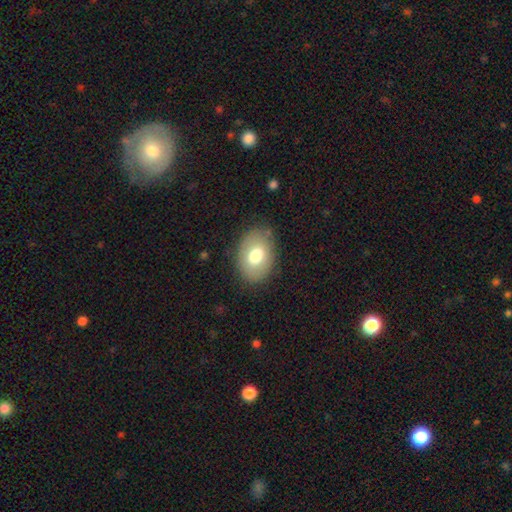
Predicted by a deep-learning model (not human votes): Smooth or featured: smooth — 71% (featured or disk — 21%)
How rounded: in between — 77% (round — 22%)
Merging: none — 81% (minor disturbance — 13%)